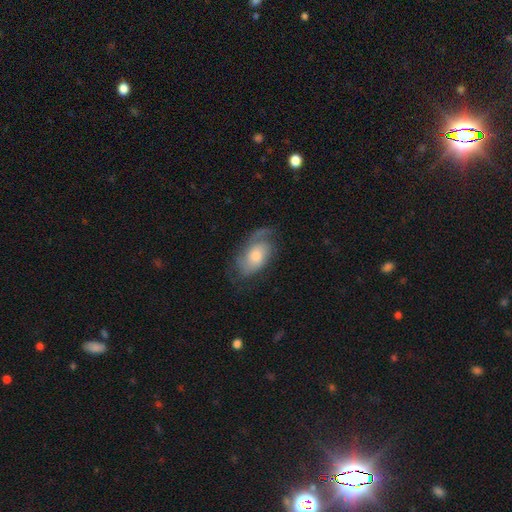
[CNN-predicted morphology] Smooth or featured? Predicted: featured or disk (p=0.58). Edge-on disk? Predicted: no (p=0.94). Bar? Predicted: no (p=0.75). Spiral arms? Predicted: yes (p=0.85). Bulge size? Predicted: moderate (p=0.56). Merging? Predicted: none (p=0.58).